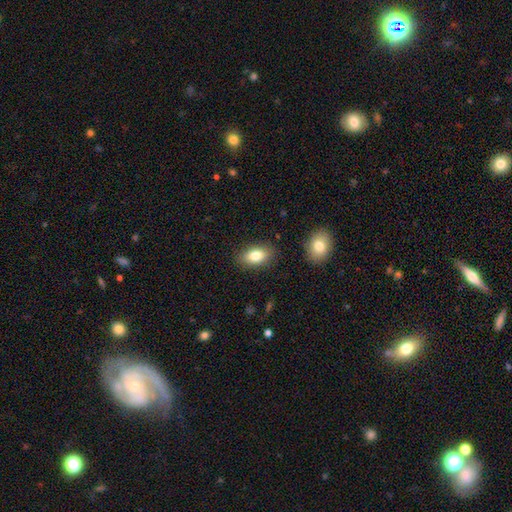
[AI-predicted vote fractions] The model was most divided on "smooth or featured": smooth: 80%, featured or disk: 12%, star or artifact: 8%. More confident: how rounded — in between (90%); merging — none (85%).